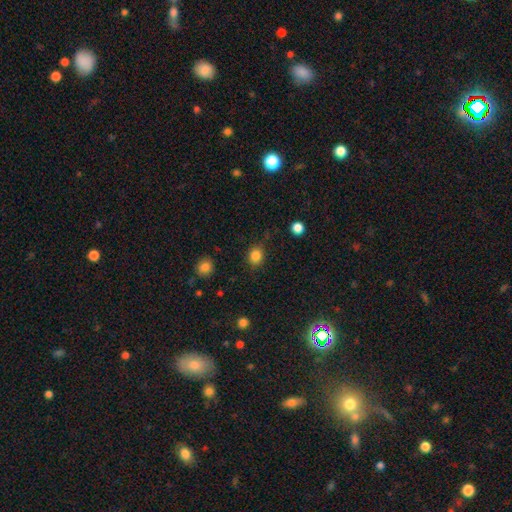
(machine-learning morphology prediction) smooth-or-featured: smooth: 84% | star or artifact: 11% | featured or disk: 4%
  how-rounded: round: 75% | in between: 24% | cigar-shaped: 1%
  merging: none: 83% | minor disturbance: 12% | major disturbance: 3% | merger: 2%